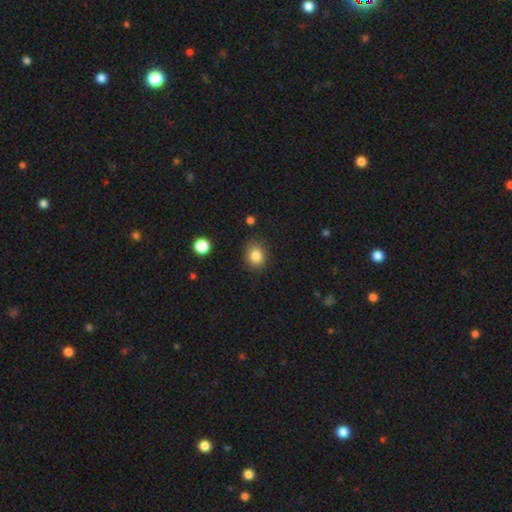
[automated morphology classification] This appears to be a smooth galaxy with no disk features (85%) that is round (66%). Merging: none (84%).